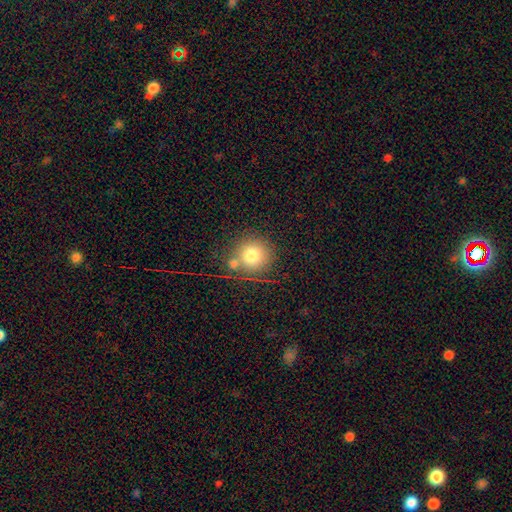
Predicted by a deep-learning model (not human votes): Smooth or featured? smooth (75%)
How rounded? round (93%)
Merging? none (68%)